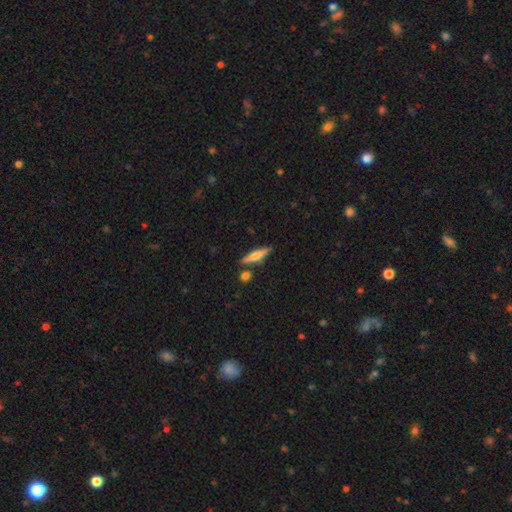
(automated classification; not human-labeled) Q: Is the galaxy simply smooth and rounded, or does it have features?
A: smooth — 55%.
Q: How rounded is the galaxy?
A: cigar-shaped — 81%.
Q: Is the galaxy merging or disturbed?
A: none — 80%.